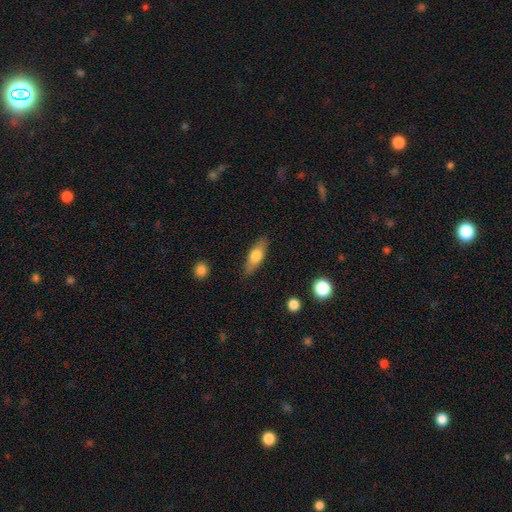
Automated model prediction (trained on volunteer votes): smooth 65%, featured or disk 29%, star or artifact 6%. Down the decision tree: how rounded — in between (60%); merging — none (85%).